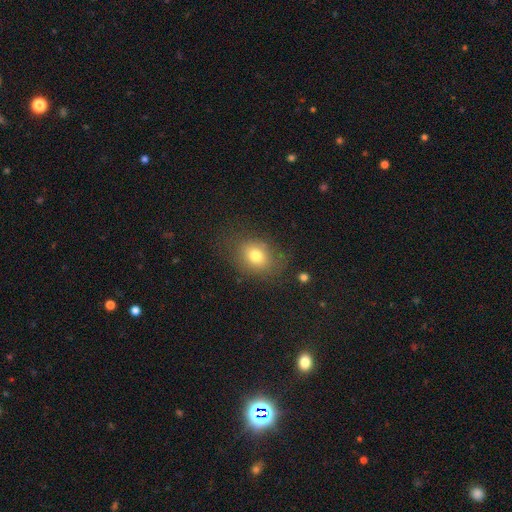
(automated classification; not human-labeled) Smooth or featured? smooth (75%)
How rounded? in between (57%)
Merging? none (72%)